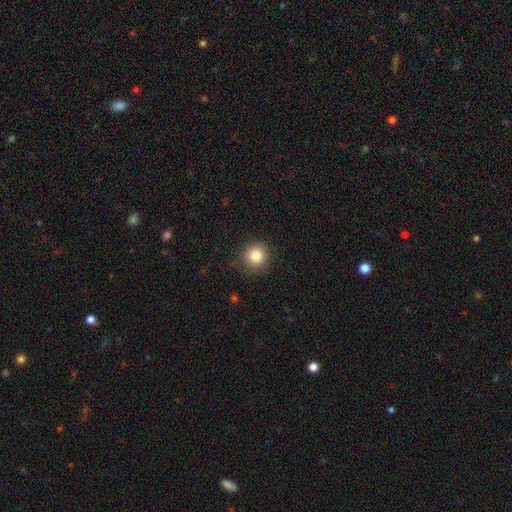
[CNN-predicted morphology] Smooth or featured: smooth — 84% (star or artifact — 10%)
How rounded: round — 91% (in between — 8%)
Merging: none — 85% (minor disturbance — 11%)